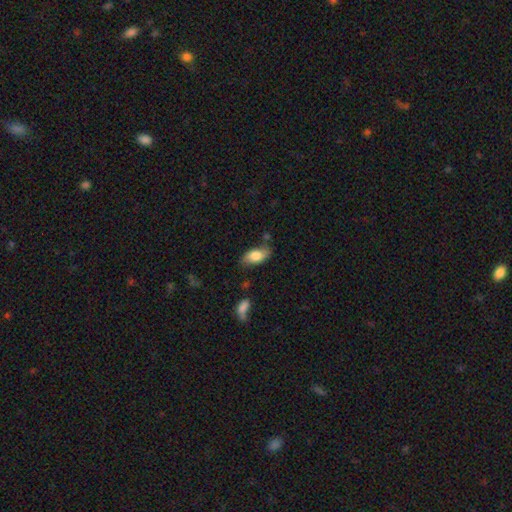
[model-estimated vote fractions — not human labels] Smooth or featured? smooth (76%)
How rounded? in between (90%)
Merging? none (68%)